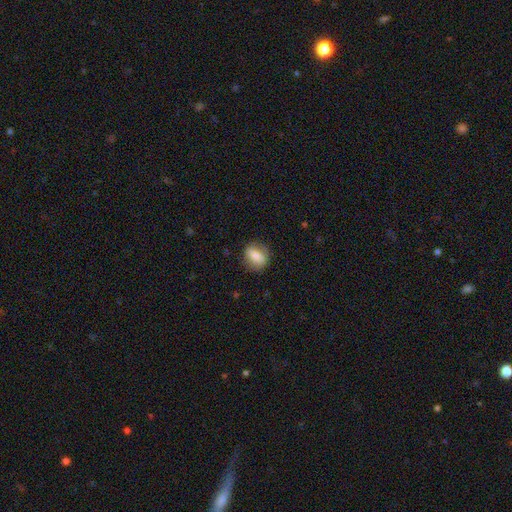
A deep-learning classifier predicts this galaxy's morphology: type=smooth (71%); roundness=in between (49%, tied with round); merging=none (82%).